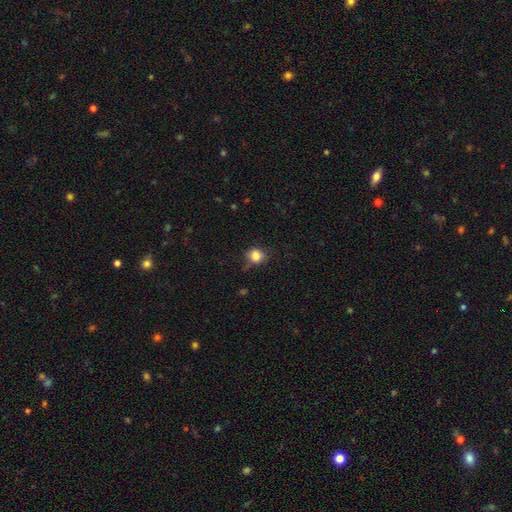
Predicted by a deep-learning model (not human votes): Morphology: type=smooth (82%); roundness=round (75%); merging=none (66%).